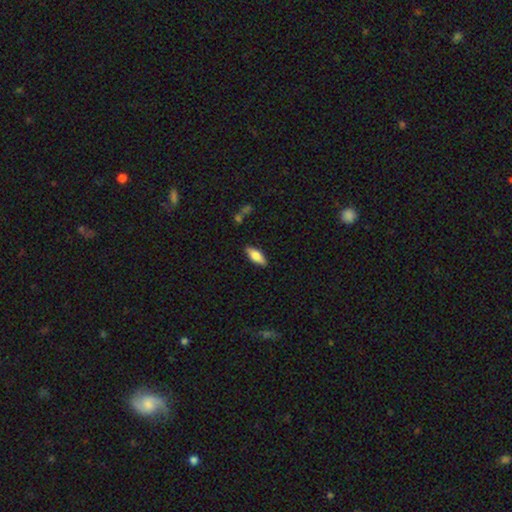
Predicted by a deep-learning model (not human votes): Q: Smooth or featured?
A: smooth (69%); runner-up: featured or disk (24%)
Q: How rounded?
A: in between (71%); runner-up: cigar-shaped (27%)
Q: Merging?
A: none (86%); runner-up: minor disturbance (10%)